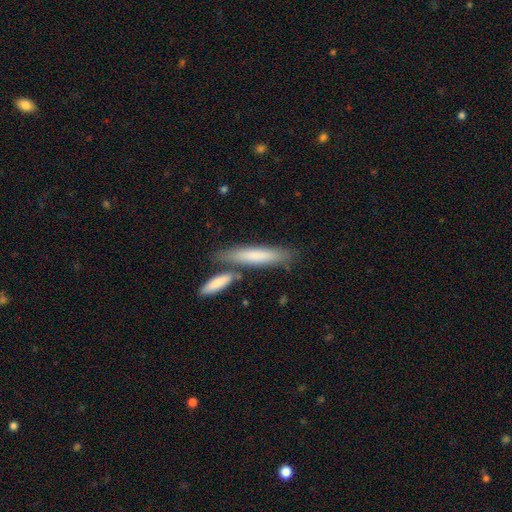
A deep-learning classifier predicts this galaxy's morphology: smooth_or_featured: smooth (p=0.73) [alt: featured or disk p=0.22]
how_rounded: cigar-shaped (p=0.85) [alt: in between p=0.14]
merging: none (p=0.65) [alt: merger p=0.20]